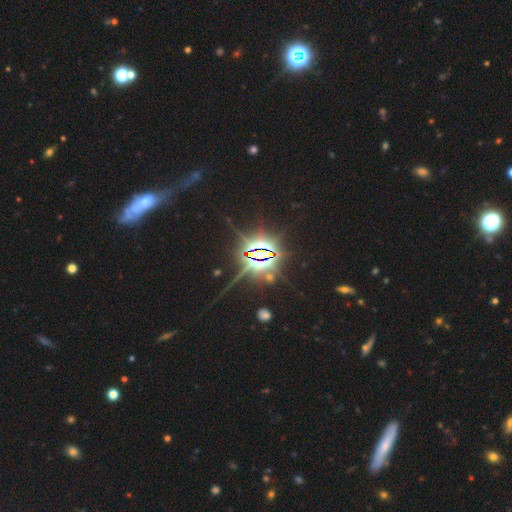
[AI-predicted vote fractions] A star or artifact, not a galaxy (84%).